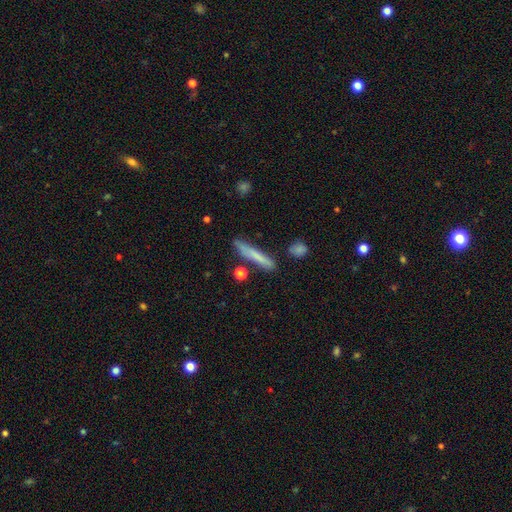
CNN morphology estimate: smooth-or-featured: smooth: 71% | featured or disk: 22% | star or artifact: 7%
  how-rounded: cigar-shaped: 93% | in between: 5% | round: 2%
  merging: none: 82% | minor disturbance: 12% | merger: 4% | major disturbance: 3%